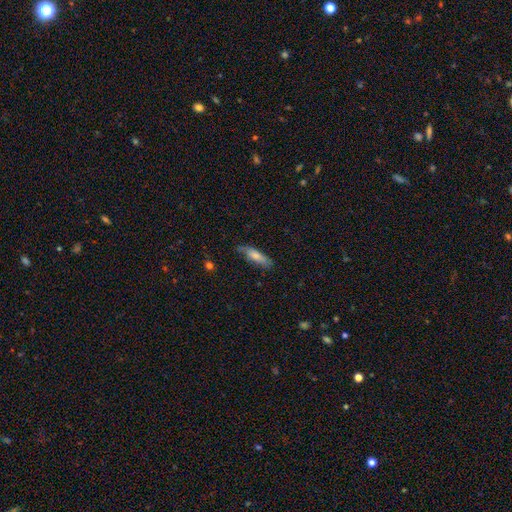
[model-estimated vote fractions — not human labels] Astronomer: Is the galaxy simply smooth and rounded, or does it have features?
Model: smooth — 74%.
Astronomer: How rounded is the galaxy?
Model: cigar-shaped — 61% (runner-up: in between, 37%).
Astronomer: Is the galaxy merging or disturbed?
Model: none — 68%.